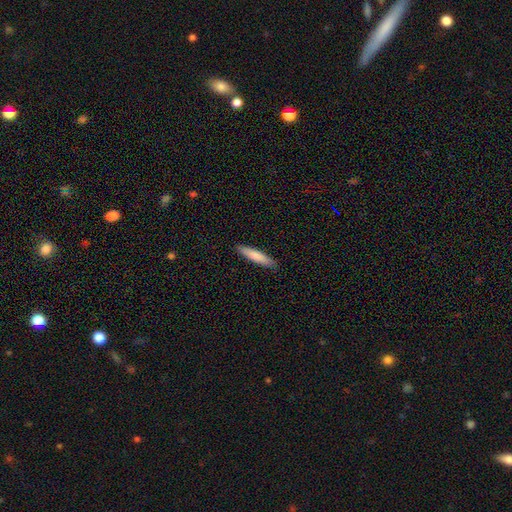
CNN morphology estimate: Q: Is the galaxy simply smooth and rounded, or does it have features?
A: smooth — 81%.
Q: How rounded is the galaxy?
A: cigar-shaped — 85%.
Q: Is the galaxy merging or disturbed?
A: none — 90%.